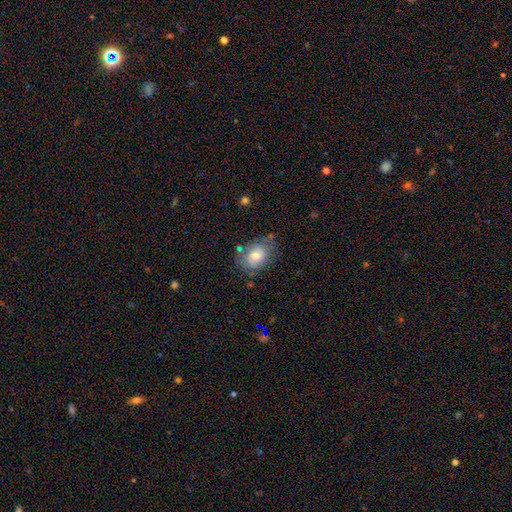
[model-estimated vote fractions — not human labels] This is likely a smooth galaxy (65%). How rounded: likely in between (68%). Merging: likely none (63%).